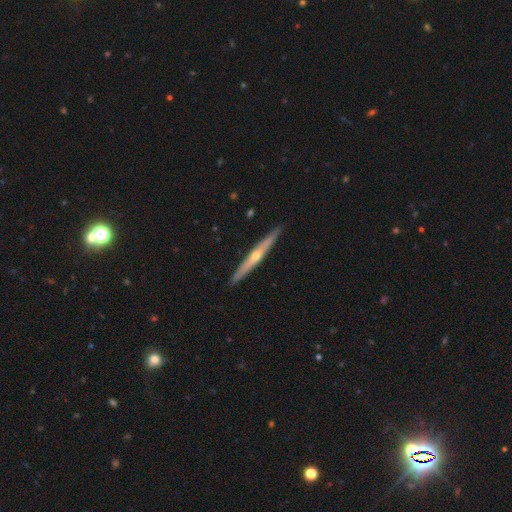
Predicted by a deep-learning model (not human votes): This appears to be a featured or disk galaxy (72%) viewed edge-on (97%) with a rounded central bulge (81%). Merging: none (92%).